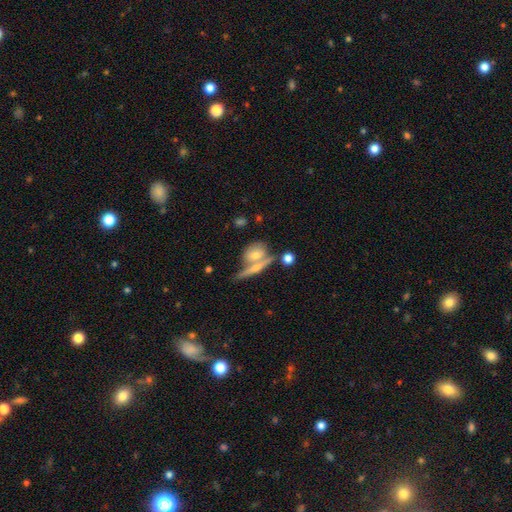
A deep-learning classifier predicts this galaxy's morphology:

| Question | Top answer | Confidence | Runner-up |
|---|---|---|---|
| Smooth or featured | smooth | 54% | featured or disk (37%) |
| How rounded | in between | 42% | round (39%) |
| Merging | none | 44% | merger (39%) |